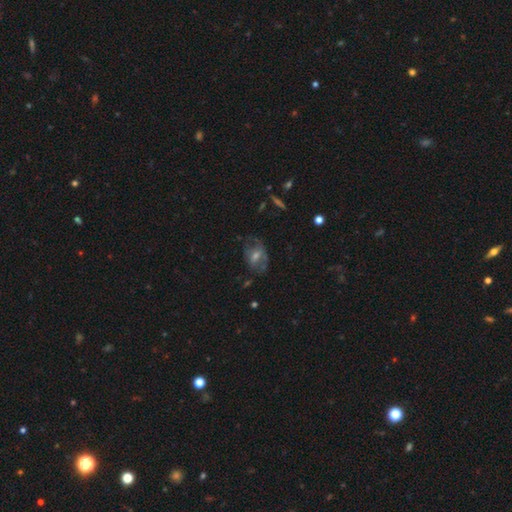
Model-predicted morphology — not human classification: Smooth or featured: featured or disk — 51% (smooth — 31%)
Edge-on disk: no — 94% (yes — 6%)
Merging: none — 56% (minor disturbance — 23%)